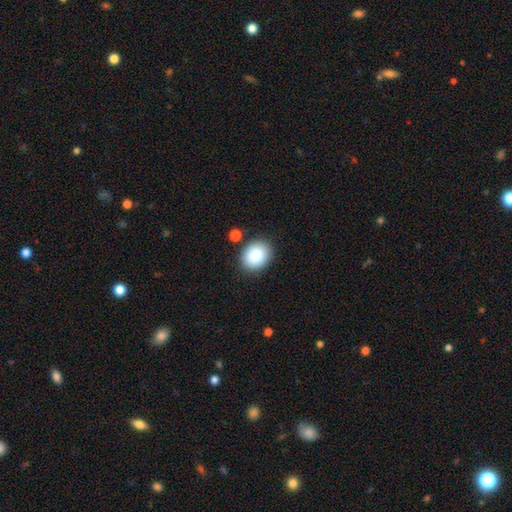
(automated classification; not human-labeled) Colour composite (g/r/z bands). It shows a smooth galaxy with no disk features (86%) that is in between round and cigar-shaped (51%). Merging: none (85%).